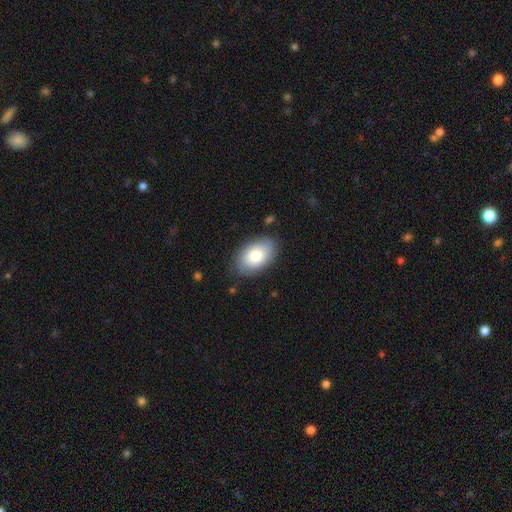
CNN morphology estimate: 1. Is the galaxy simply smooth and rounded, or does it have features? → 77% smooth, 16% featured or disk, 7% star or artifact.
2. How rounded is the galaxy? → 90% in between, 9% round, 1% cigar-shaped.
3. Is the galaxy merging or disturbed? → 81% none, 14% minor disturbance, 3% major disturbance, 1% merger.